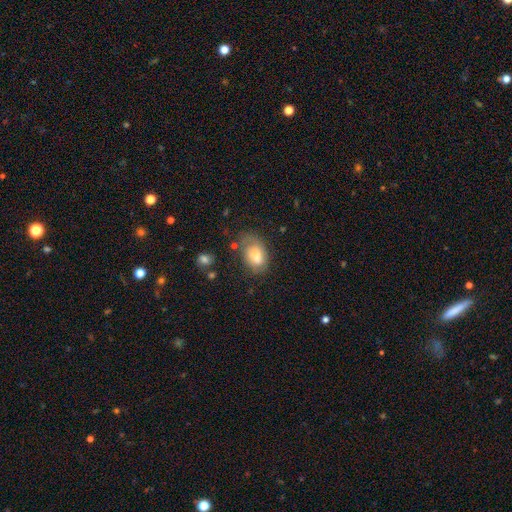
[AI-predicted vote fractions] smooth-or-featured: smooth: 77% | featured or disk: 15% | star or artifact: 8%
  how-rounded: in between: 86% | round: 12% | cigar-shaped: 1%
  merging: none: 51% | minor disturbance: 30% | major disturbance: 14% | merger: 4%